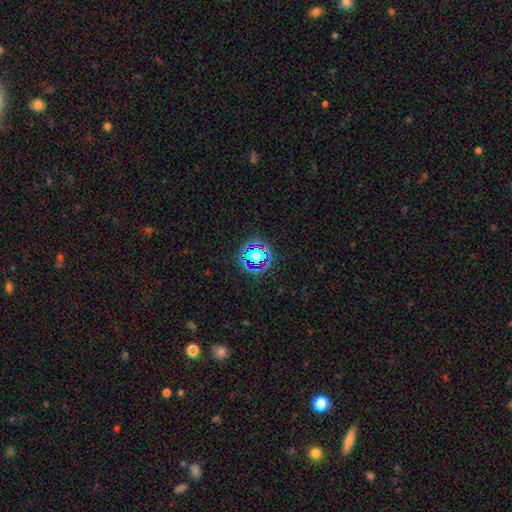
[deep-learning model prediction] Smooth or featured: star or artifact — 57% (smooth — 31%)